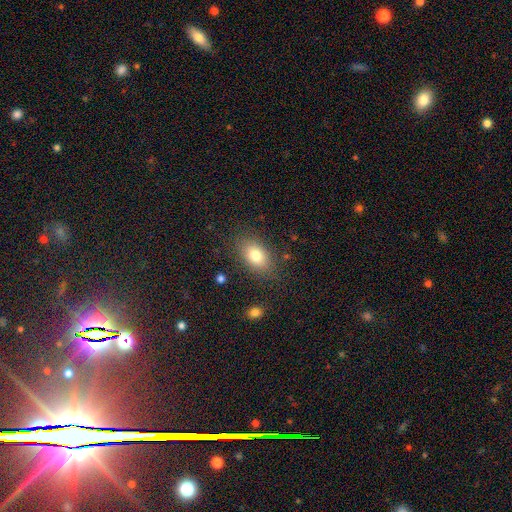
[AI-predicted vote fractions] Q: Smooth or featured?
A: smooth (79%); runner-up: featured or disk (12%)
Q: How rounded?
A: in between (85%); runner-up: round (12%)
Q: Merging?
A: none (82%); runner-up: minor disturbance (12%)